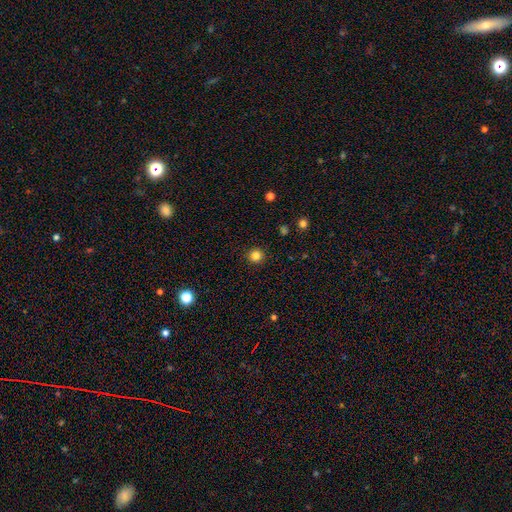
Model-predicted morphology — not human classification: A smooth galaxy with no disk features (83%) that is round (94%).

Vote fractions:
- Smooth or featured? smooth: 83% / star or artifact: 13% / featured or disk: 4%
- How rounded? round: 94% / in between: 5% / cigar-shaped: 1%
- Merging? none: 93% / minor disturbance: 5% / major disturbance: 2% / merger: 1%